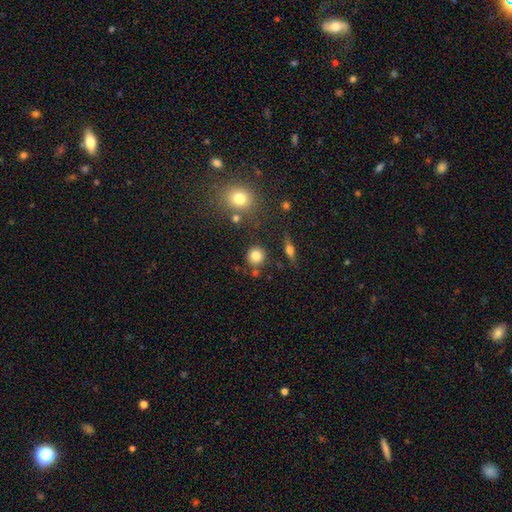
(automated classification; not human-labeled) Smooth or featured: smooth — 81% (star or artifact — 11%)
How rounded: round — 91% (in between — 8%)
Merging: none — 81% (minor disturbance — 9%)